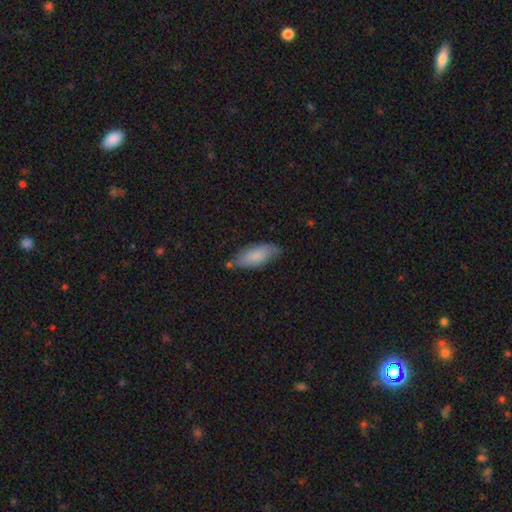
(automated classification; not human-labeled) Morphology: type=smooth (81%); roundness=in between (81%); merging=none (68%).